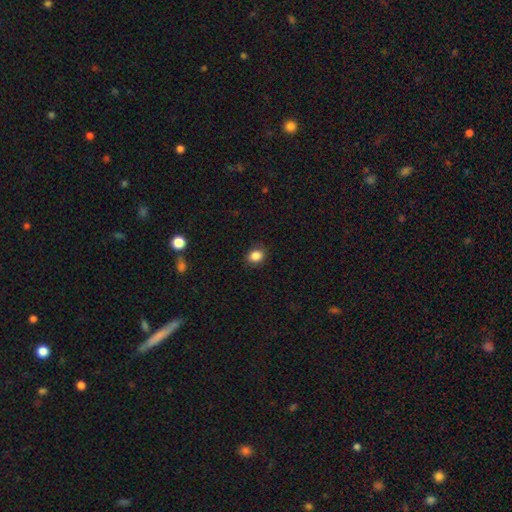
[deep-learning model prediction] This is clearly a smooth galaxy (86%). How rounded: possibly round (57%). Merging: clearly none (86%).